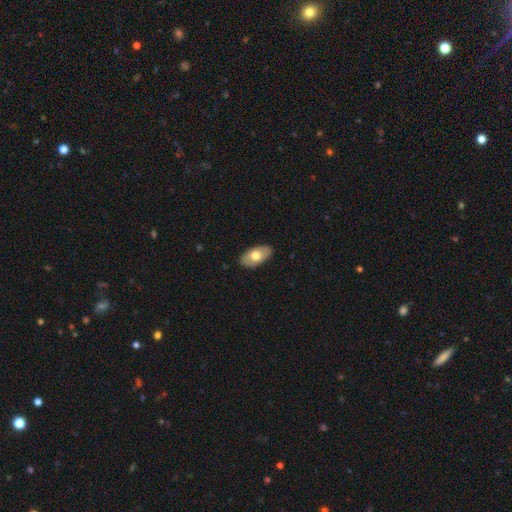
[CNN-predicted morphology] This appears to be a smooth galaxy with no disk features (61%) that is in between round and cigar-shaped (94%). Merging: none (85%).